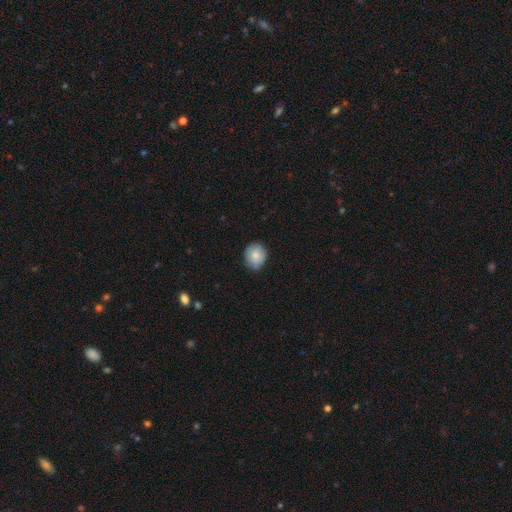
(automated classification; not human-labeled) smooth_or_featured: smooth (p=0.80) [alt: featured or disk p=0.13]
how_rounded: round (p=0.75) [alt: in between p=0.24]
merging: none (p=0.76) [alt: minor disturbance p=0.20]